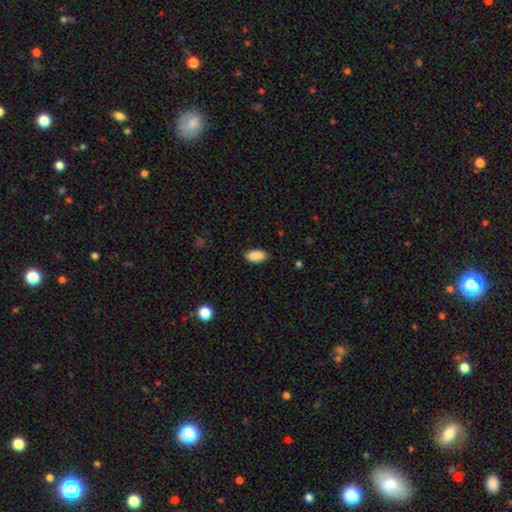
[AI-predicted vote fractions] A smooth galaxy with no disk features (90%) that is in between round and cigar-shaped (94%).

Vote fractions:
- Smooth or featured? smooth: 90% / star or artifact: 7% / featured or disk: 3%
- How rounded? in between: 94% / cigar-shaped: 4% / round: 3%
- Merging? none: 86% / minor disturbance: 11% / major disturbance: 2% / merger: 1%